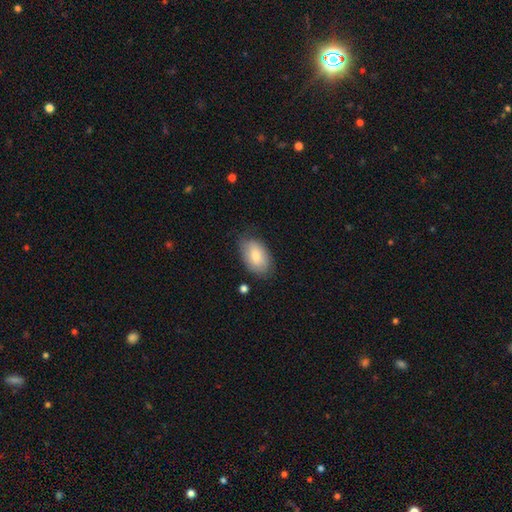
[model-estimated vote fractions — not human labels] The model was most divided on "merging": none: 73%, minor disturbance: 20%, major disturbance: 5%, merger: 2%. More confident: how rounded — in between (92%); smooth or featured — smooth (75%).